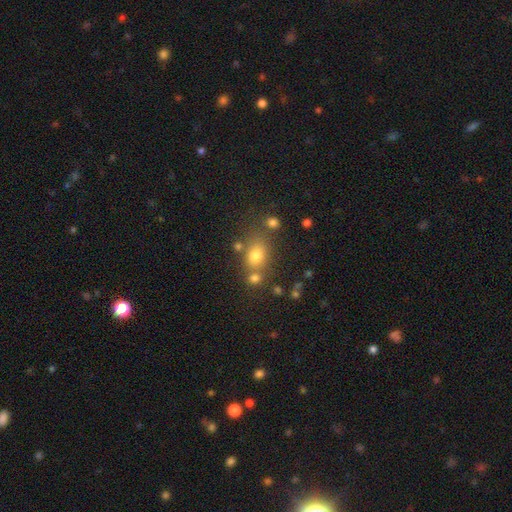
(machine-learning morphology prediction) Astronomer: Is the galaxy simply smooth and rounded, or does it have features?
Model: smooth — 71%.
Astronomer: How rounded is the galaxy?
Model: in between — 54% (runner-up: round, 45%).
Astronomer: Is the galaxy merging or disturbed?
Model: none — 60%.